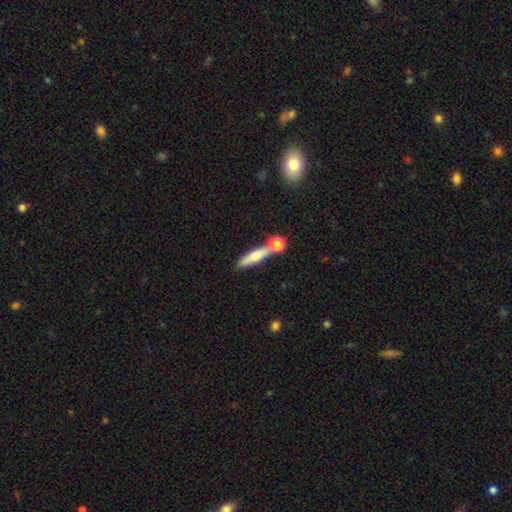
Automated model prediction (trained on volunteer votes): The model was most divided on "smooth or featured": smooth: 60%, featured or disk: 31%, star or artifact: 8%. More confident: how rounded — cigar-shaped (72%); merging — none (59%).